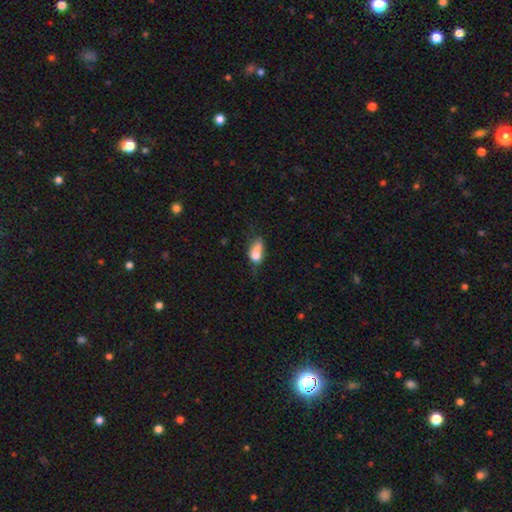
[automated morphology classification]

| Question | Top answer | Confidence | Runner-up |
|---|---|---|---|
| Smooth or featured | smooth | 68% | featured or disk (21%) |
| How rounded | in between | 77% | round (13%) |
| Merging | merger | 30% | minor disturbance (25%) |